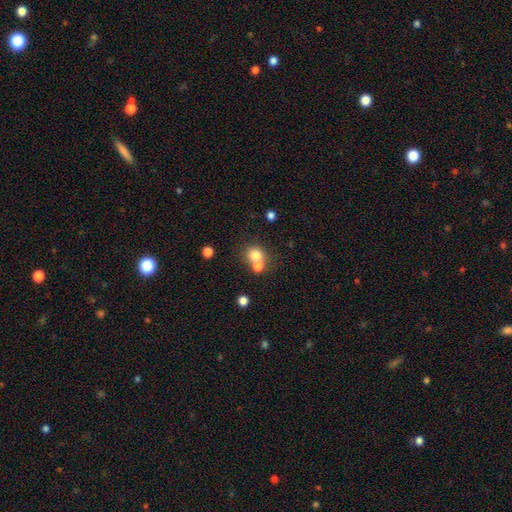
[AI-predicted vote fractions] Q: Smooth or featured?
A: smooth (75%); runner-up: star or artifact (13%)
Q: How rounded?
A: round (80%); runner-up: in between (19%)
Q: Merging?
A: none (47%); runner-up: merger (43%)